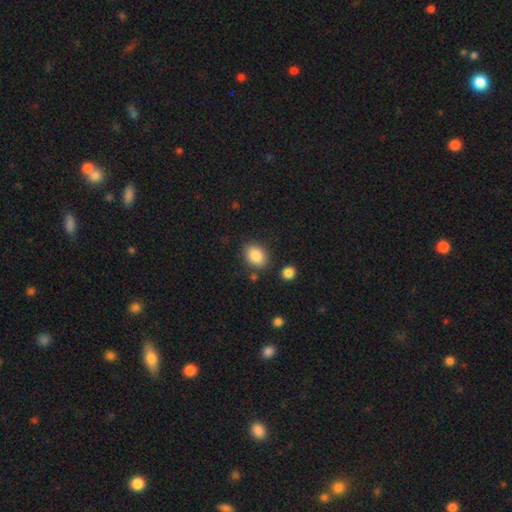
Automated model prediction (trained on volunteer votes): The model was most divided on "how rounded": in between: 65%, round: 34%, cigar-shaped: 1%. More confident: smooth or featured — smooth (86%); merging — none (81%).